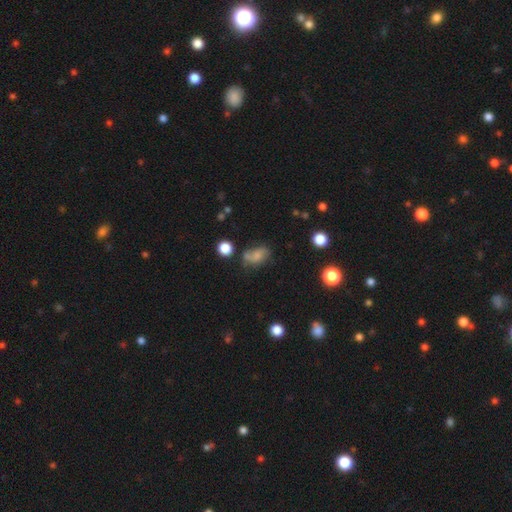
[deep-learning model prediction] Smooth or featured?
  - smooth: 64% *
  - featured or disk: 21%
  - star or artifact: 15%
How rounded?
  - in between: 79% *
  - round: 18%
  - cigar-shaped: 3%
Merging?
  - none: 43% *
  - minor disturbance: 27%
  - merger: 15%
  - major disturbance: 15%